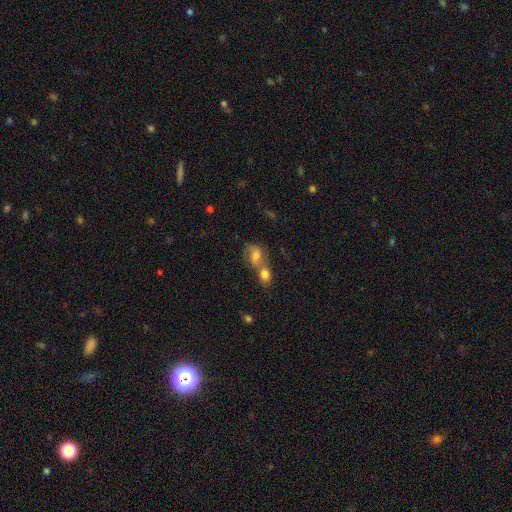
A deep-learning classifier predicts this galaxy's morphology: Smooth or featured: smooth — 54% (featured or disk — 34%)
How rounded: in between — 61% (round — 36%)
Merging: merger — 62% (none — 23%)